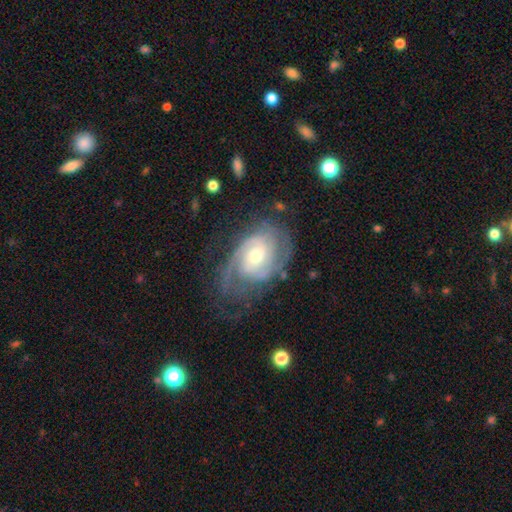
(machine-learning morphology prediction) Smooth or featured?
  - featured or disk: 86% *
  - smooth: 9%
  - star or artifact: 5%
Edge-on disk?
  - no: 97% *
  - yes: 3%
Bar?
  - no: 58% *
  - weak: 34%
  - strong: 8%
Spiral arms?
  - yes: 96% *
  - no: 4%
Spiral winding?
  - tight: 56% *
  - medium: 35%
  - loose: 9%
Spiral arm count?
  - 2: 43% *
  - can't tell: 24%
  - 3: 19%
  - 1: 5%
  - 4: 5%
  - more than 4: 4%
Bulge size?
  - moderate: 56% *
  - small: 39%
  - large: 3%
  - none: 1%
  - dominant: 1%
Merging?
  - none: 59% *
  - minor disturbance: 23%
  - major disturbance: 17%
  - merger: 2%